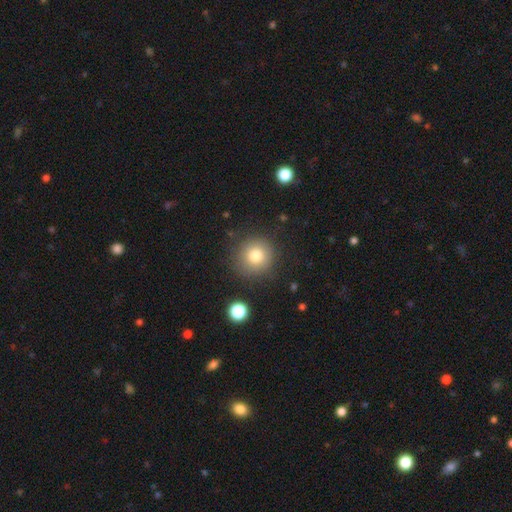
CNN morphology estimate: smooth 79%, star or artifact 12%, featured or disk 9%. Down the decision tree: how rounded — round (93%); merging — none (85%).